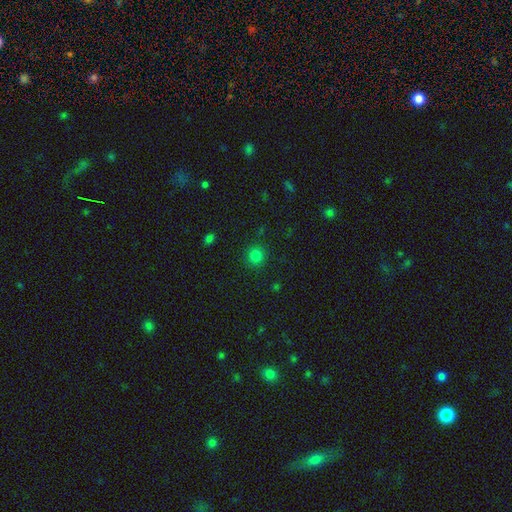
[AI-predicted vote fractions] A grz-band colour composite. It shows a smooth galaxy with no disk features (82%) that is round (92%). Merging: none (89%).